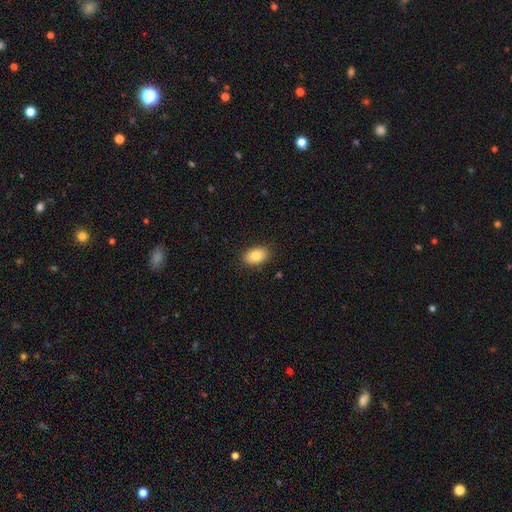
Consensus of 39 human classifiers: Q: Smooth or featured?
A: smooth (79%); runner-up: featured or disk (10%)
Q: How rounded?
A: in between (84%); runner-up: round (16%)
Q: Merging?
A: none (91%); runner-up: minor disturbance (9%)